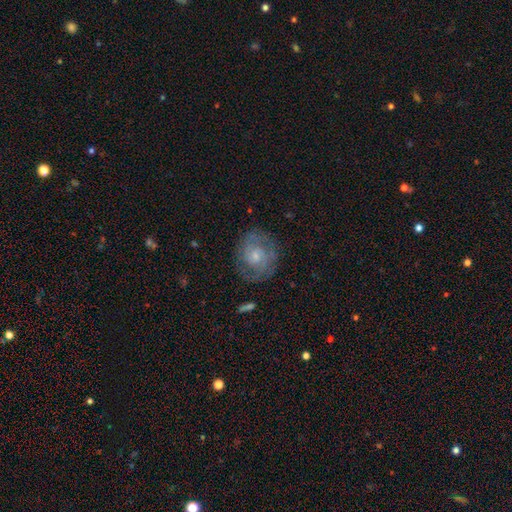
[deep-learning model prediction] The model was most divided on "bulge size": small: 52%, moderate: 38%, none: 5%, large: 4%, dominant: 1%. More confident: edge-on disk — no (97%); spiral arms — yes (91%); merging — none (79%); smooth or featured — featured or disk (72%); bar — no (68%); spiral arm count — 2 (61%); spiral winding — tight (56%).